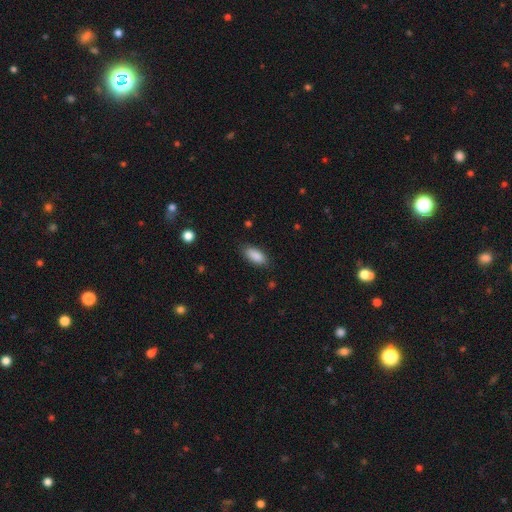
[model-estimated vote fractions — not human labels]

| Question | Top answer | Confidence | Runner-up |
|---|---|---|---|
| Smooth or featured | smooth | 88% | star or artifact (7%) |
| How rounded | in between | 86% | cigar-shaped (12%) |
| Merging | none | 84% | minor disturbance (12%) |